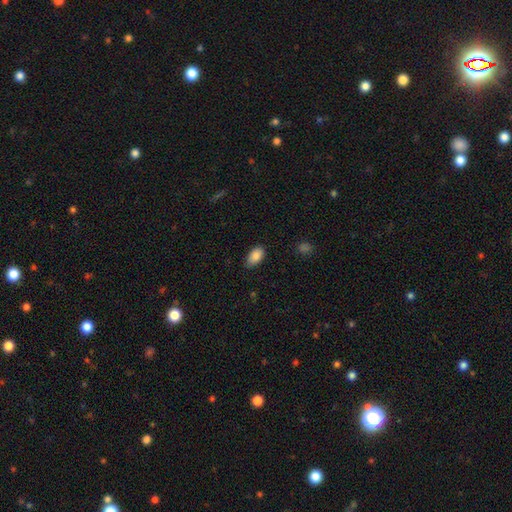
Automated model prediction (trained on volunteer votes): smooth 86%, star or artifact 7%, featured or disk 6%. Down the decision tree: how rounded — in between (93%); merging — none (80%).